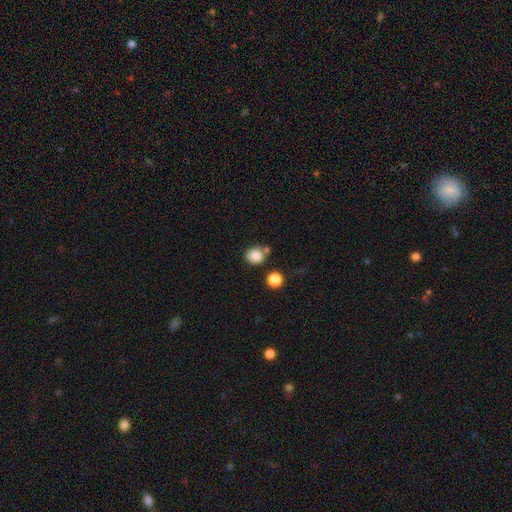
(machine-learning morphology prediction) smooth 85%, star or artifact 10%, featured or disk 5%. Down the decision tree: how rounded — round (81%); merging — none (69%).